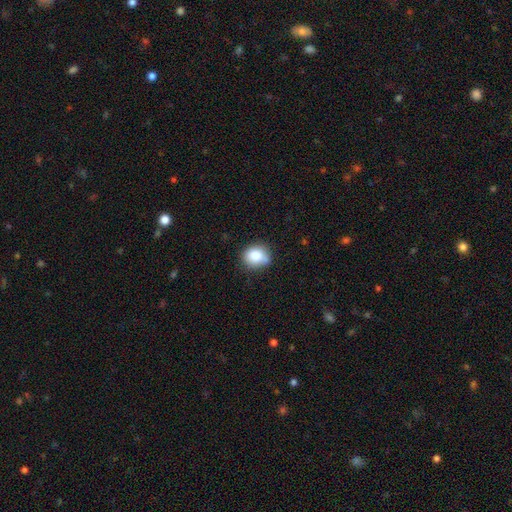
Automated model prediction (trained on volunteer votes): Overall: smooth (82%). How rounded: round (69%; in between 30%). Merging: none (68%).